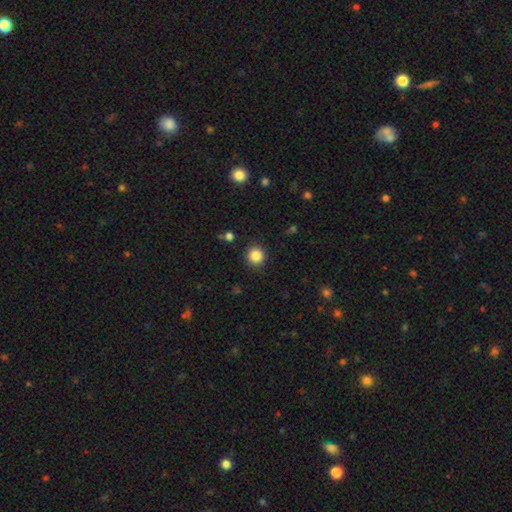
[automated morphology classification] smooth_or_featured: smooth (p=0.85) [alt: star or artifact p=0.11]
how_rounded: round (p=0.93) [alt: in between p=0.06]
merging: none (p=0.90) [alt: minor disturbance p=0.06]